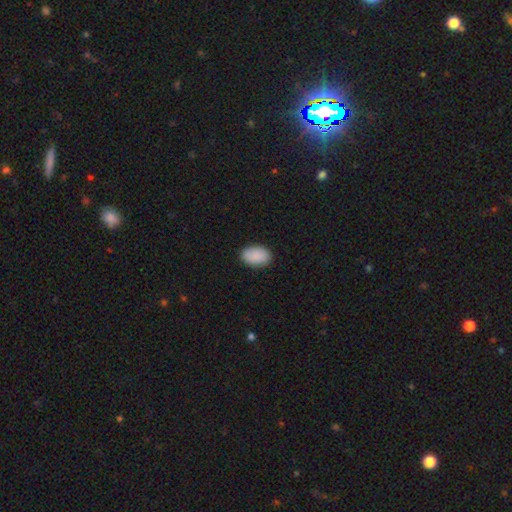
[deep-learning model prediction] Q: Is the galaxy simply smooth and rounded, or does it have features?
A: smooth — 91%.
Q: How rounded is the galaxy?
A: in between — 91%.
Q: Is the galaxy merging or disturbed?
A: none — 89%.